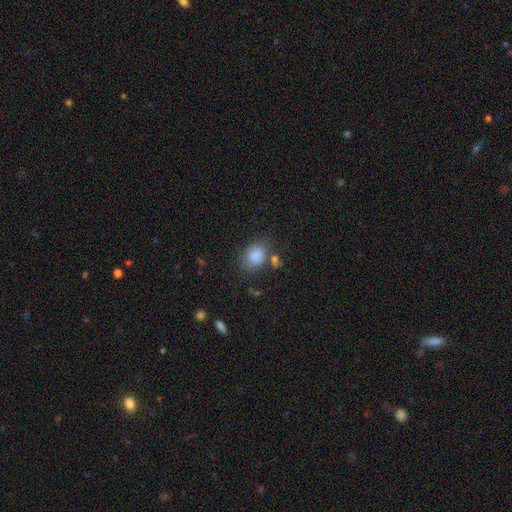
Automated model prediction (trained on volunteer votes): This is clearly a smooth galaxy (84%). How rounded: possibly in between (51%). Merging: likely none (62%).